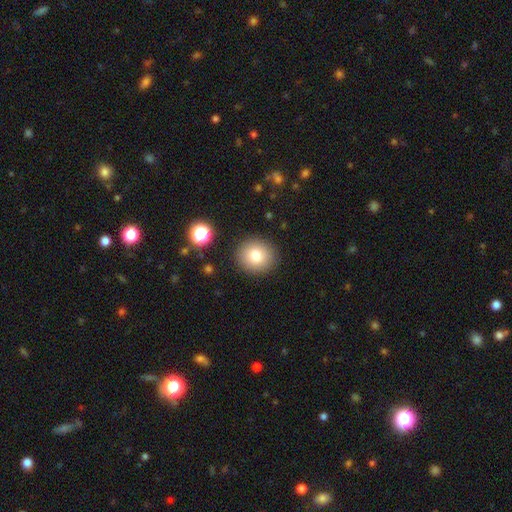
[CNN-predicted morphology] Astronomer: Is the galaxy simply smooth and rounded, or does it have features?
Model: smooth — 79%.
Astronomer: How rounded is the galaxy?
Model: round — 88%.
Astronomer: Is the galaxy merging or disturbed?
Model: none — 89%.